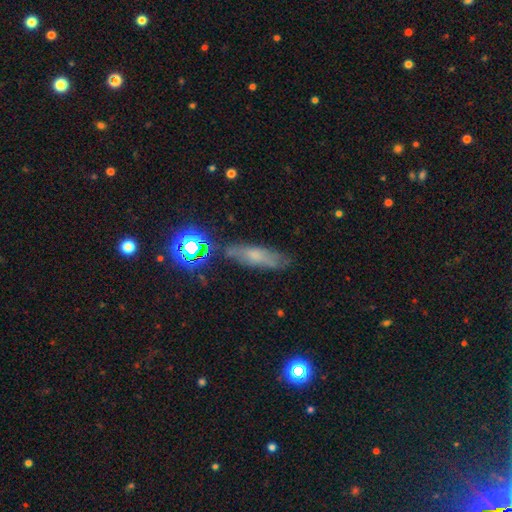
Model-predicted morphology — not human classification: smooth_or_featured: smooth (p=0.52) [alt: featured or disk p=0.30]
how_rounded: cigar-shaped (p=0.53) [alt: in between p=0.41]
merging: none (p=0.71) [alt: minor disturbance p=0.19]